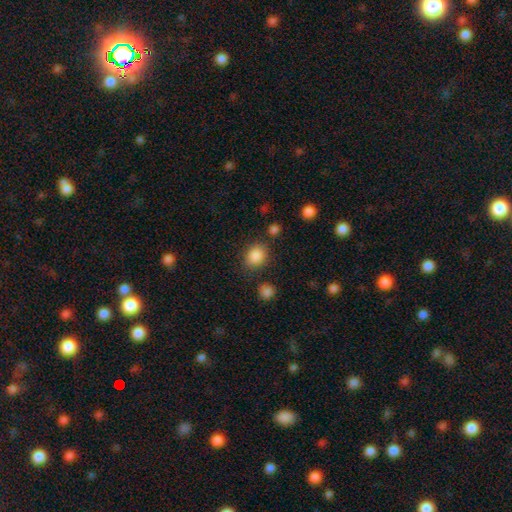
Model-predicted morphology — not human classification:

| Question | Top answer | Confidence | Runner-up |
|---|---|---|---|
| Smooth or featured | smooth | 86% | star or artifact (9%) |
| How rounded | round | 54% | in between (45%) |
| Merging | none | 77% | minor disturbance (13%) |